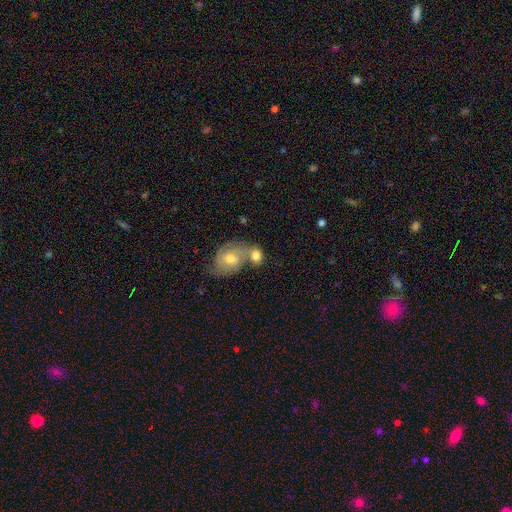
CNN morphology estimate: The model was most divided on "how rounded": round: 50%, in between: 48%, cigar-shaped: 2%. More confident: smooth or featured — smooth (61%); merging — merger (54%).